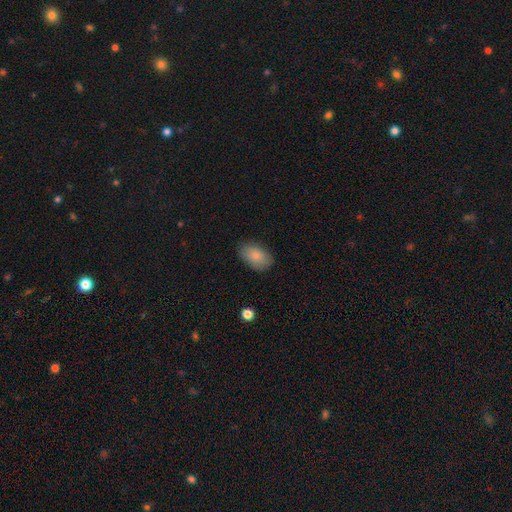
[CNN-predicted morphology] smooth_or_featured: smooth (p=0.85) [alt: featured or disk p=0.08]
how_rounded: in between (p=0.91) [alt: round p=0.08]
merging: none (p=0.82) [alt: minor disturbance p=0.14]